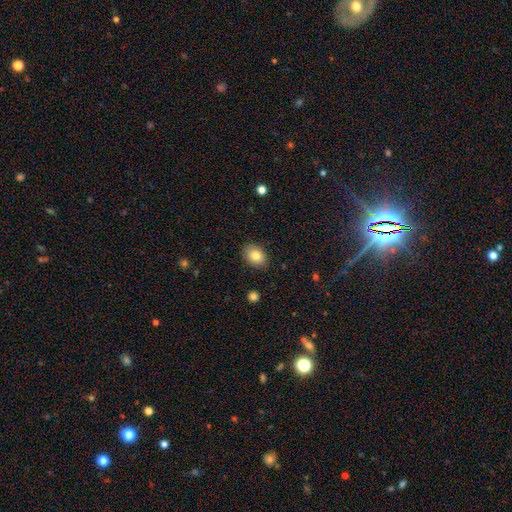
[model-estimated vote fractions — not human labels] Smooth or featured? Predicted: smooth (p=0.83). How rounded? Predicted: in between (p=0.65). Merging? Predicted: none (p=0.87).